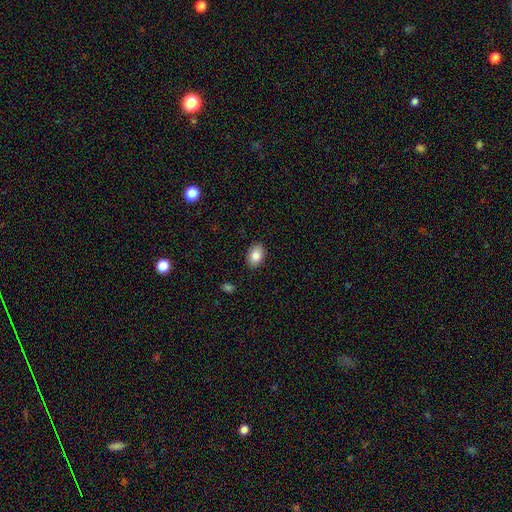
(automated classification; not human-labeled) smooth 84%, featured or disk 8%, star or artifact 8%. Down the decision tree: how rounded — in between (84%); merging — none (87%).